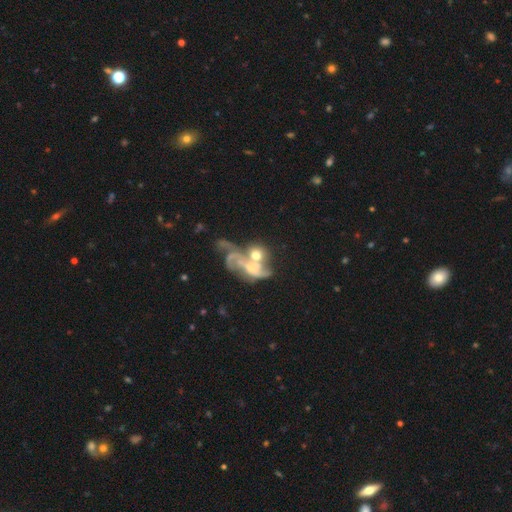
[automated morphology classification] A featured or disk galaxy (58%) with no bar (70%), spiral arms (65%) and a moderate central bulge (41%). Merging: merger (59%).